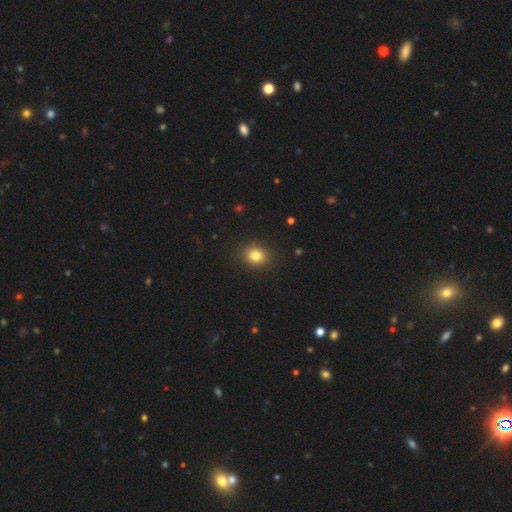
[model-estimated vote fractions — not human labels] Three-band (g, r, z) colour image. It shows a smooth galaxy with no disk features (82%) that is round (72%). Merging: none (88%).